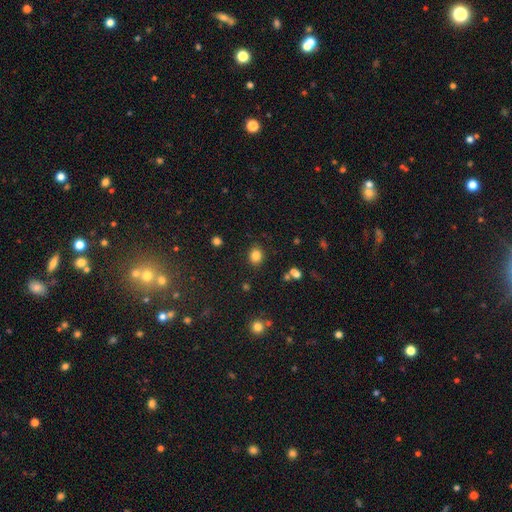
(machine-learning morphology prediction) type=smooth (83%); roundness=round (62%); merging=none (86%).